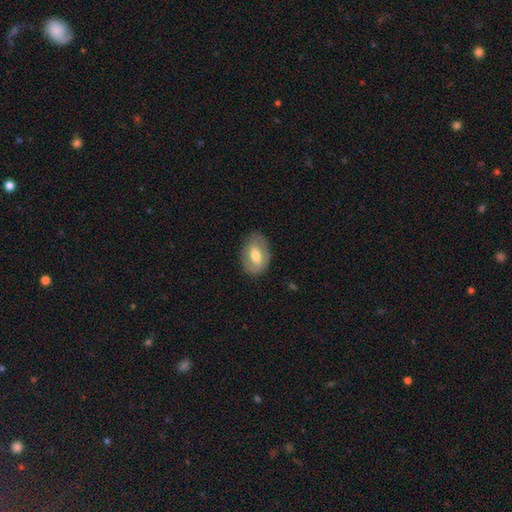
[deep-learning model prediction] Smooth or featured? smooth (57%)
How rounded? in between (83%)
Merging? none (80%)